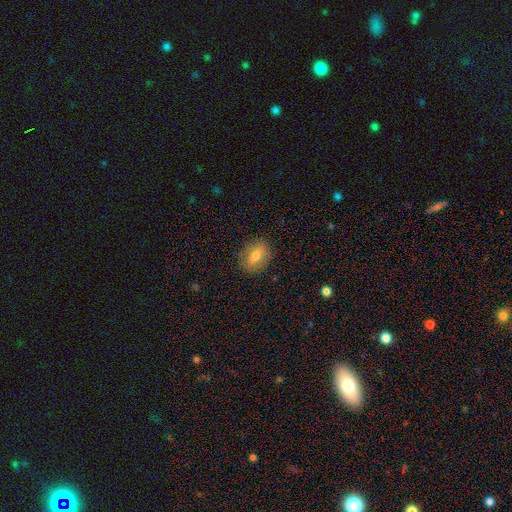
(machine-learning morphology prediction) smooth-or-featured: smooth: 73% | featured or disk: 19% | star or artifact: 8%
  how-rounded: in between: 65% | round: 34% | cigar-shaped: 1%
  merging: none: 85% | minor disturbance: 11% | major disturbance: 3% | merger: 1%